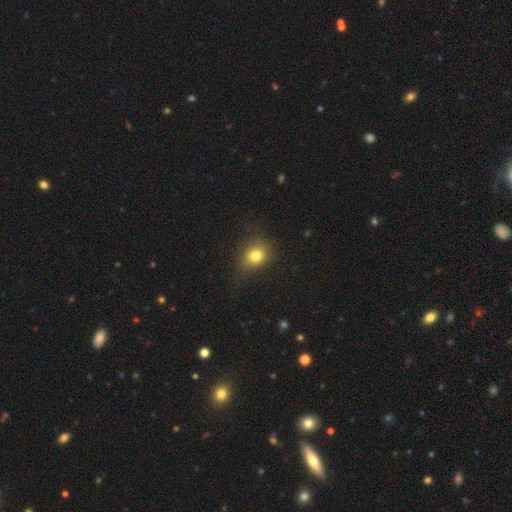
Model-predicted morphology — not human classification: This is likely a smooth galaxy (78%). How rounded: likely round (61%). Merging: likely none (72%).